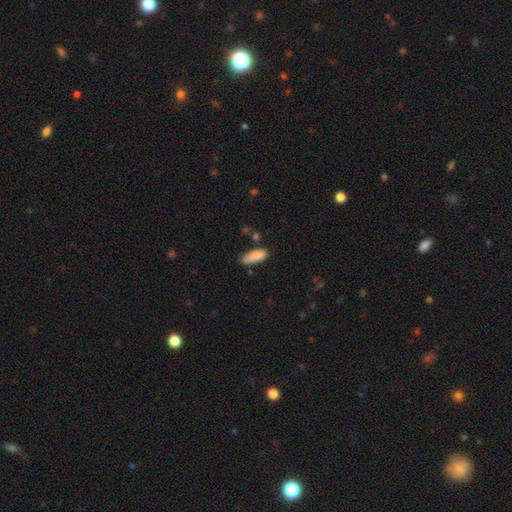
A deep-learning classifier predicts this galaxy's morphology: This appears to be a smooth galaxy with no disk features (87%) that is in between round and cigar-shaped (65%). Merging: none (63%).